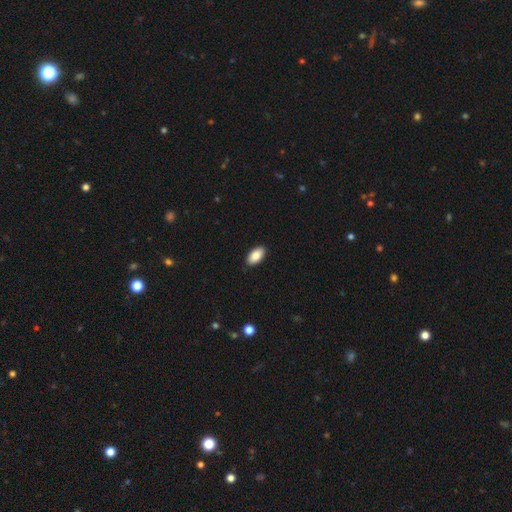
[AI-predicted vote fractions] A smooth galaxy with no disk features (85%) that is in between round and cigar-shaped (95%).

Vote fractions:
- Smooth or featured? smooth: 85% / featured or disk: 8% / star or artifact: 7%
- How rounded? in between: 95% / round: 3% / cigar-shaped: 2%
- Merging? none: 89% / minor disturbance: 8% / major disturbance: 2% / merger: 1%